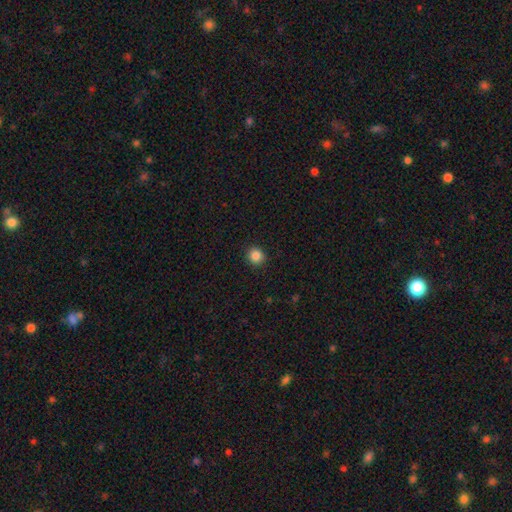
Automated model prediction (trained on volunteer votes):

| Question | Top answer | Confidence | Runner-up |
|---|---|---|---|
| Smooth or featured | smooth | 86% | star or artifact (11%) |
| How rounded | round | 90% | in between (9%) |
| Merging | none | 92% | minor disturbance (5%) |